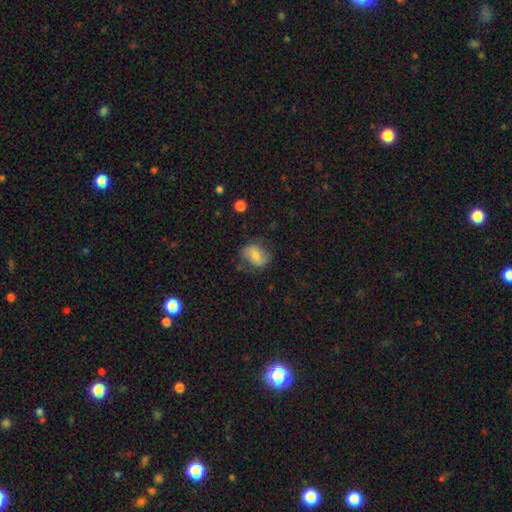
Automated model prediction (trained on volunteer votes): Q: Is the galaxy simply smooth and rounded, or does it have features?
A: smooth — 62%.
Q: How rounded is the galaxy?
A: in between — 64%.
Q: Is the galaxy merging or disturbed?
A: none — 66%.